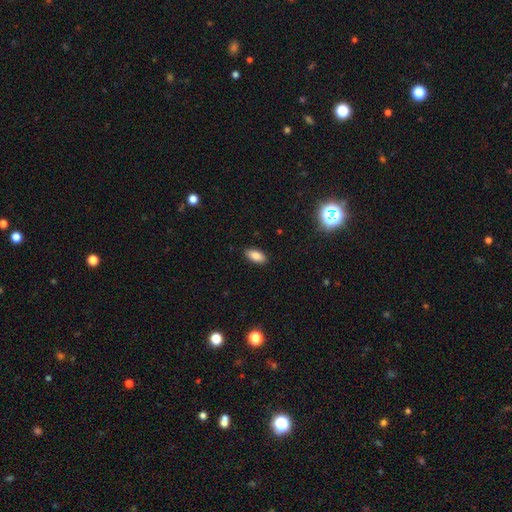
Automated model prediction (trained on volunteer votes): This is clearly a smooth galaxy (84%). How rounded: clearly in between (90%). Merging: clearly none (89%).